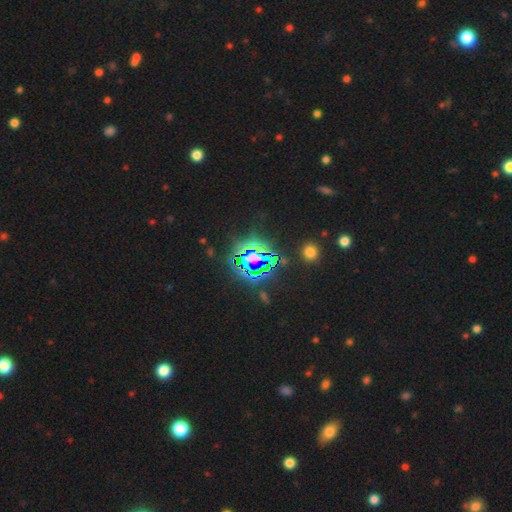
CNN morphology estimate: smooth-or-featured: star or artifact: 78% | smooth: 11% | featured or disk: 11%